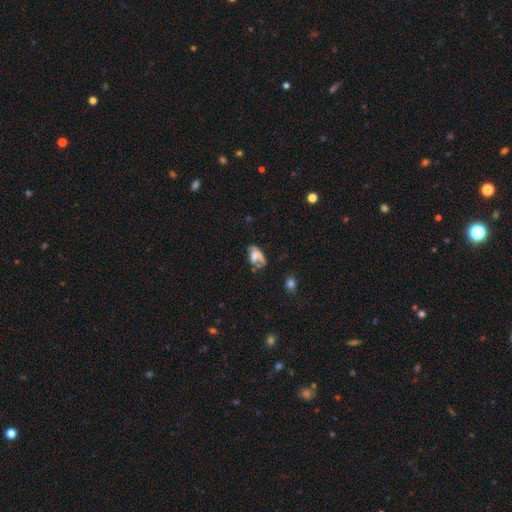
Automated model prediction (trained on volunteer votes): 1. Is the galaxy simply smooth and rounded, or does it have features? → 51% smooth, 35% featured or disk, 14% star or artifact.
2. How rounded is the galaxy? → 84% in between, 11% round, 5% cigar-shaped.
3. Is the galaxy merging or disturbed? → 32% major disturbance, 29% none, 22% minor disturbance, 17% merger.